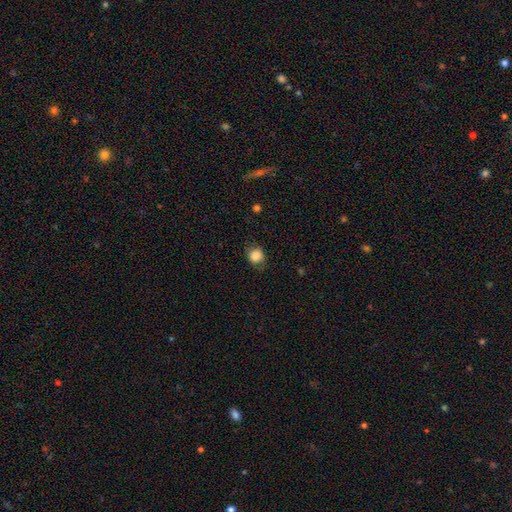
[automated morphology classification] smooth-or-featured: smooth: 84% | star or artifact: 10% | featured or disk: 6%
  how-rounded: round: 78% | in between: 21% | cigar-shaped: 1%
  merging: none: 76% | minor disturbance: 18% | major disturbance: 5% | merger: 1%